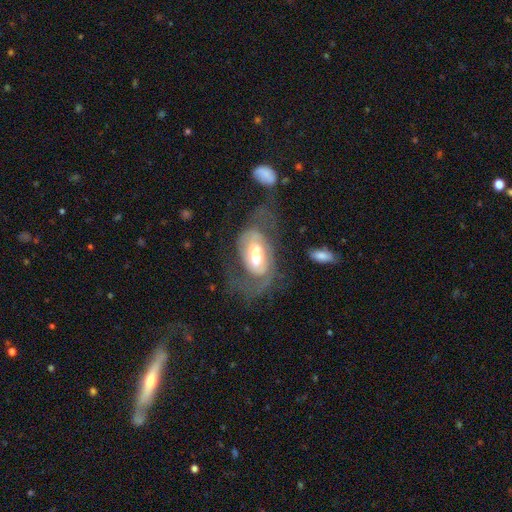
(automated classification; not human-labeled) The model was most divided on "merging" (2-way tie): none: 38%, major disturbance: 38%, minor disturbance: 19%, merger: 5%. Remaining: edge-on disk — no (94%); spiral arms — yes (79%); smooth or featured — featured or disk (74%); spiral arm count — 2 (62%); bulge size — moderate (50%); spiral winding — medium (44%); bar — weak (42%).